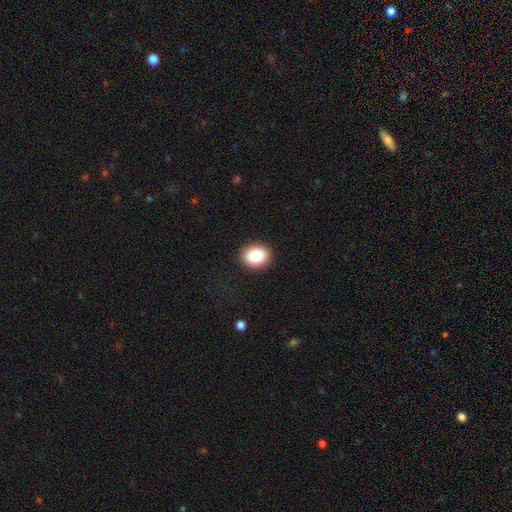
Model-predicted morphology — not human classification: Smooth or featured? smooth (85%)
How rounded? round (56%)
Merging? none (90%)